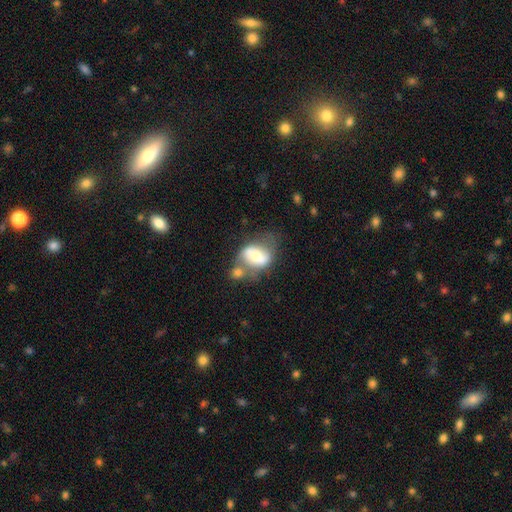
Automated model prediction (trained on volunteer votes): The model was most divided on "smooth or featured": smooth: 47%, featured or disk: 46%, star or artifact: 7%. Remaining: merging — merger (37%).